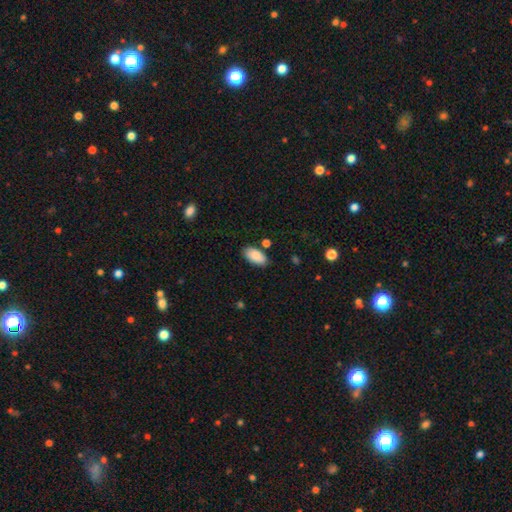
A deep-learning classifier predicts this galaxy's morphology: smooth-or-featured: smooth: 88% | star or artifact: 7% | featured or disk: 5%
  how-rounded: in between: 94% | cigar-shaped: 4% | round: 2%
  merging: none: 82% | minor disturbance: 11% | merger: 4% | major disturbance: 3%